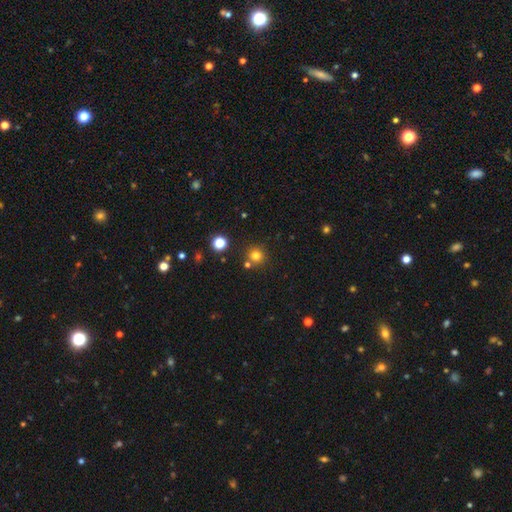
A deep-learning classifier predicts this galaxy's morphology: Q: Smooth or featured?
A: smooth (77%); runner-up: star or artifact (16%)
Q: How rounded?
A: round (93%); runner-up: in between (6%)
Q: Merging?
A: none (79%); runner-up: merger (11%)